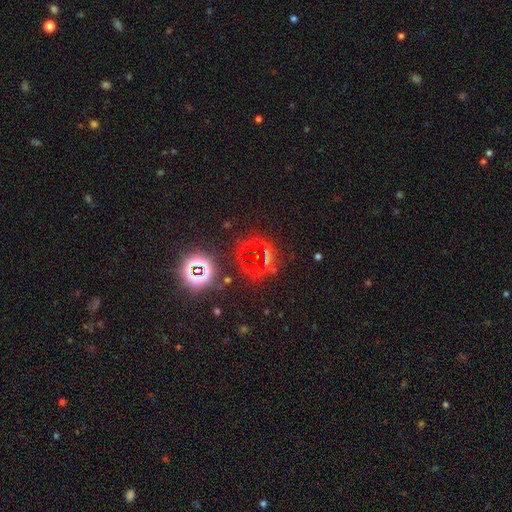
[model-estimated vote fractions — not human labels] A star or artifact, not a galaxy (74%).